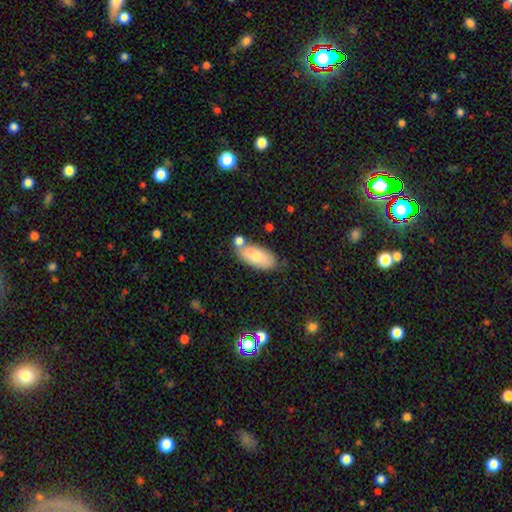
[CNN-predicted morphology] Smooth or featured: smooth — 76% (featured or disk — 18%)
How rounded: in between — 89% (cigar-shaped — 9%)
Merging: none — 53% (merger — 23%)